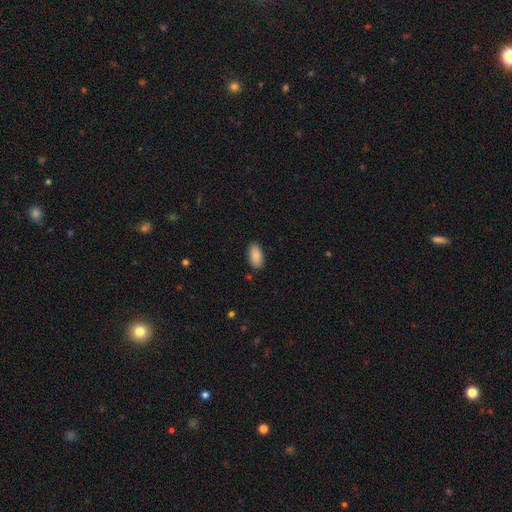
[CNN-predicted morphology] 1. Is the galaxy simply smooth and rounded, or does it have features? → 88% smooth, 7% star or artifact, 5% featured or disk.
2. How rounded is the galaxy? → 94% in between, 4% cigar-shaped, 3% round.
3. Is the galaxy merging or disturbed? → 88% none, 9% minor disturbance, 2% major disturbance, 1% merger.